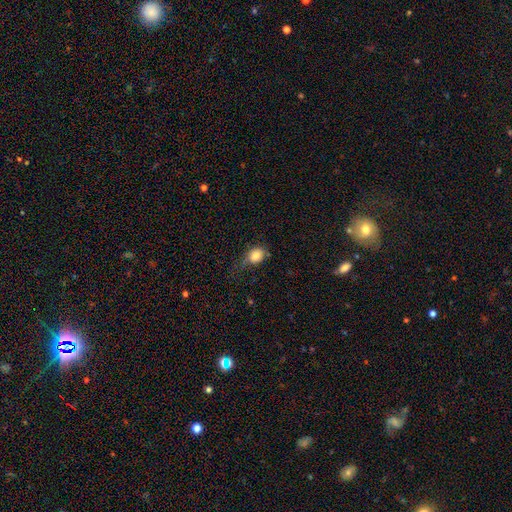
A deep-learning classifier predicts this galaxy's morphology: Smooth or featured? smooth (81%)
How rounded? round (56%)
Merging? none (42%)